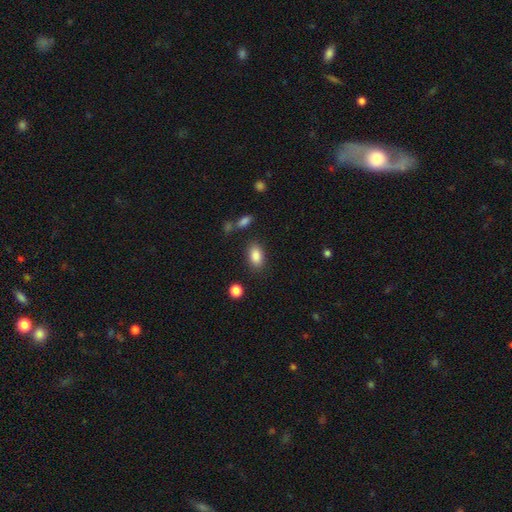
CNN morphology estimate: smooth 87%, star or artifact 8%, featured or disk 5%. Down the decision tree: how rounded — in between (89%); merging — none (83%).